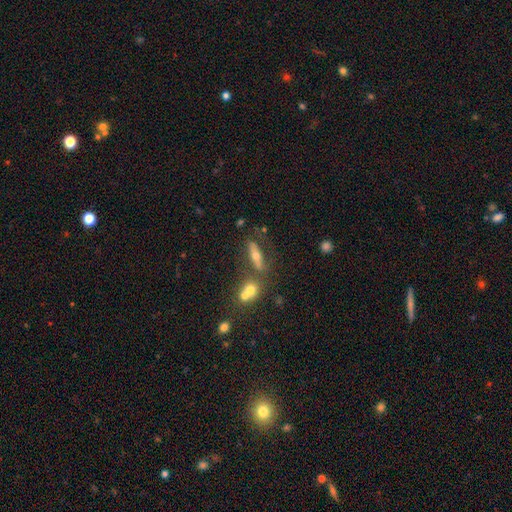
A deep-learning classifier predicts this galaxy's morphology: This appears to be a featured or disk galaxy (49%). Merging: none (64%).